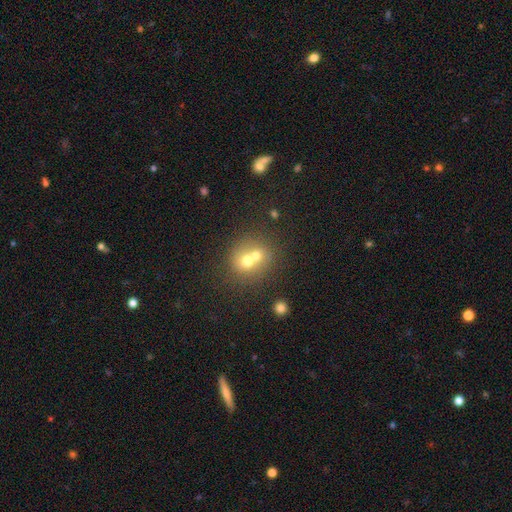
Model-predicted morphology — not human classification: smooth_or_featured: smooth (p=0.64) [alt: featured or disk p=0.23]
how_rounded: round (p=0.79) [alt: in between p=0.20]
merging: merger (p=0.62) [alt: none p=0.30]